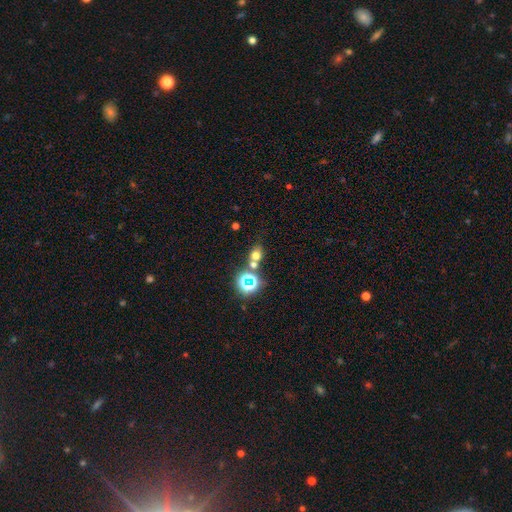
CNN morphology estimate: A smooth galaxy with no disk features (60%) that is round (59%). Merging: none (62%).